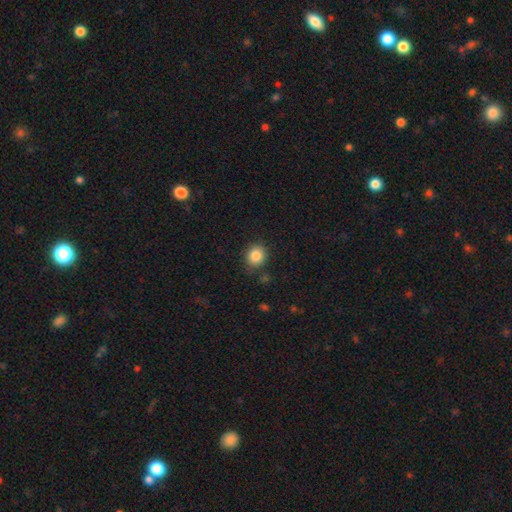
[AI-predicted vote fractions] Overall: smooth (85%). How rounded: round (79%). Merging: none (84%).